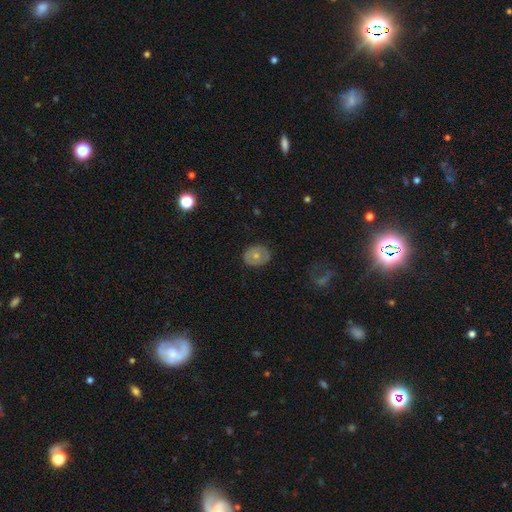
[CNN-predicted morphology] A smooth galaxy with no disk features (64%) that is round (51%). Merging: none (83%).